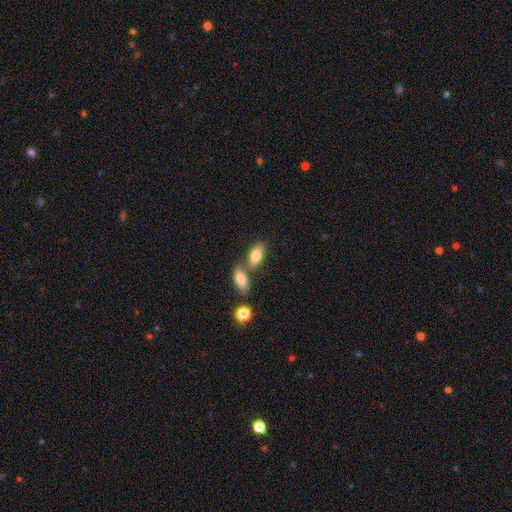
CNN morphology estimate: Smooth or featured? smooth (80%)
How rounded? in between (88%)
Merging? none (48%)